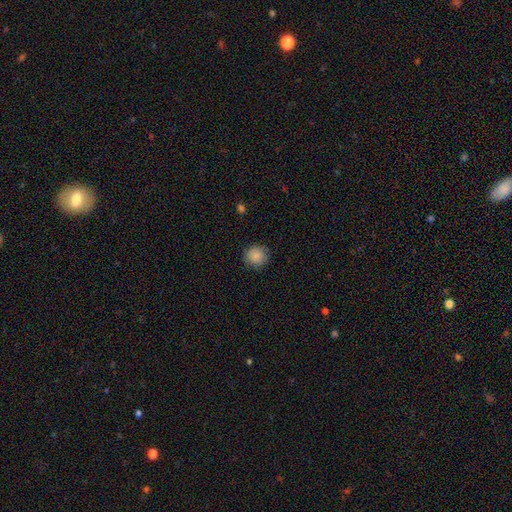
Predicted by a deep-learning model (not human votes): Smooth or featured: smooth — 86% (star or artifact — 9%)
How rounded: round — 91% (in between — 8%)
Merging: none — 85% (minor disturbance — 11%)